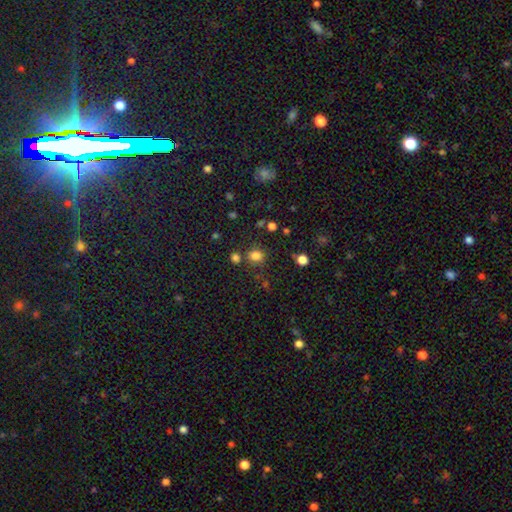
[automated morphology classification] Smooth or featured?
  - smooth: 79% *
  - star or artifact: 16%
  - featured or disk: 5%
How rounded?
  - round: 72% *
  - in between: 27%
  - cigar-shaped: 1%
Merging?
  - none: 75% *
  - minor disturbance: 11%
  - merger: 10%
  - major disturbance: 4%